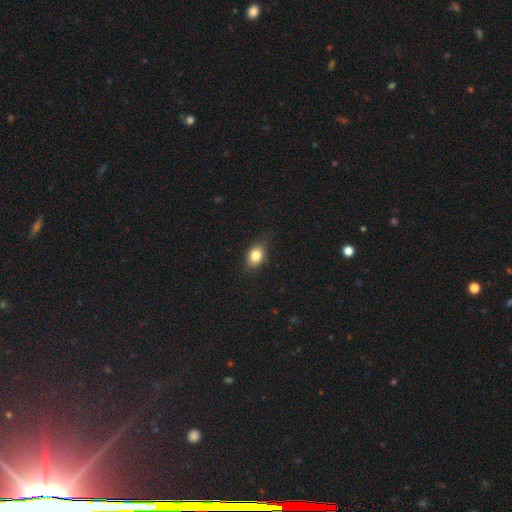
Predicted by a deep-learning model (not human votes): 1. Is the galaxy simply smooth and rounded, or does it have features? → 80% smooth, 10% featured or disk, 10% star or artifact.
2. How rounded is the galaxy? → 63% in between, 35% round, 2% cigar-shaped.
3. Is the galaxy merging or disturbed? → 74% none, 21% minor disturbance, 4% major disturbance, 1% merger.